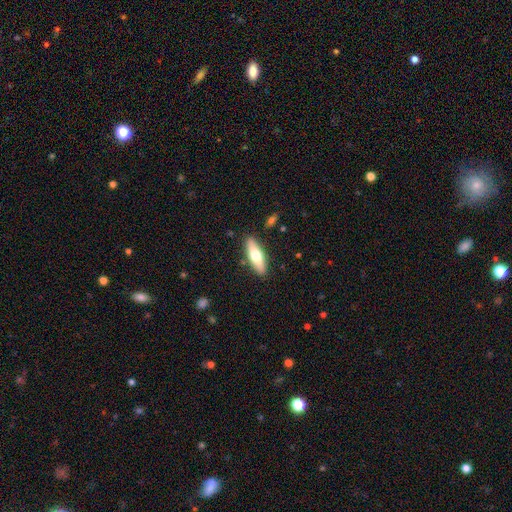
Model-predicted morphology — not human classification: smooth-or-featured: smooth: 62% | featured or disk: 33% | star or artifact: 5%
  how-rounded: cigar-shaped: 51% | in between: 47% | round: 2%
  merging: none: 87% | minor disturbance: 9% | major disturbance: 2% | merger: 2%